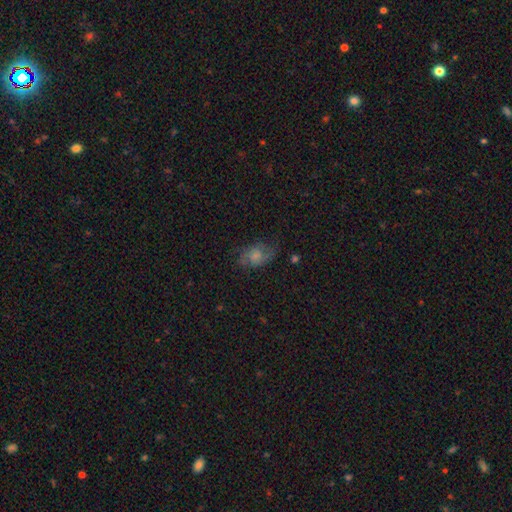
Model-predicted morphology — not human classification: A smooth galaxy with no disk features (56%) that is in between round and cigar-shaped (83%). Merging: none (58%).